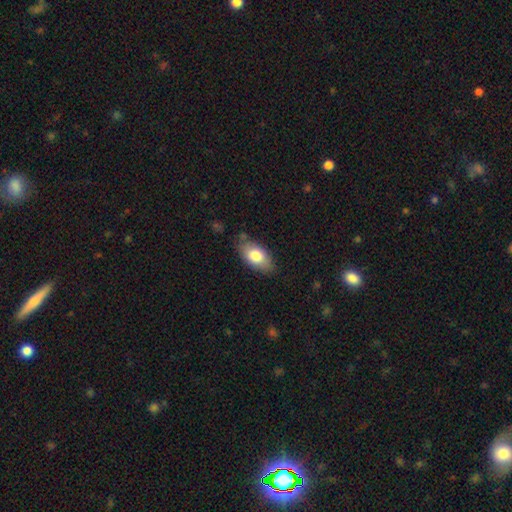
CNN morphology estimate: A smooth galaxy with no disk features (77%) that is in between round and cigar-shaped (91%).

Vote fractions:
- Smooth or featured? smooth: 77% / featured or disk: 16% / star or artifact: 7%
- How rounded? in between: 91% / round: 5% / cigar-shaped: 4%
- Merging? none: 76% / minor disturbance: 18% / major disturbance: 4% / merger: 2%